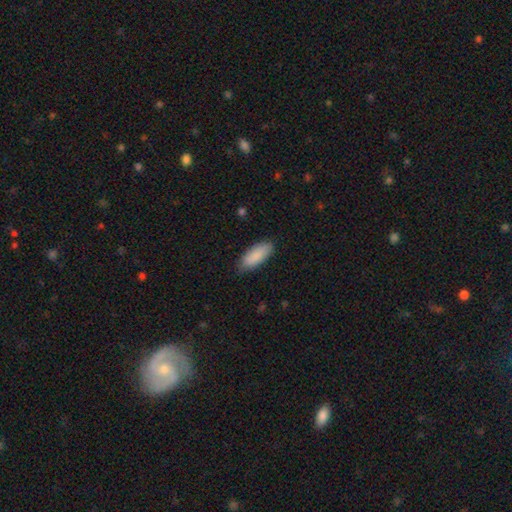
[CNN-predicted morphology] Q: Smooth or featured?
A: smooth (89%); runner-up: featured or disk (6%)
Q: How rounded?
A: in between (77%); runner-up: cigar-shaped (21%)
Q: Merging?
A: none (82%); runner-up: minor disturbance (15%)